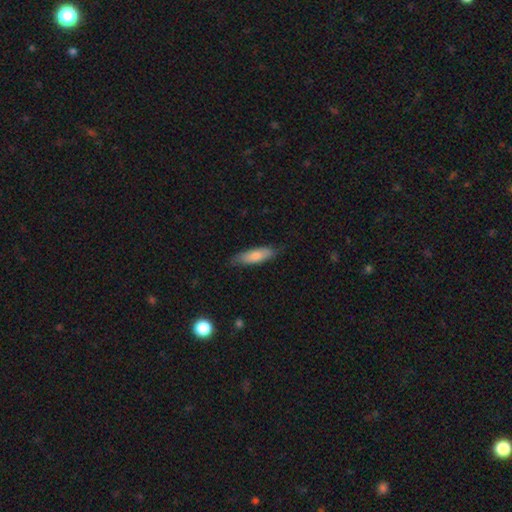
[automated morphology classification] Smooth or featured? Predicted: smooth (p=0.78). How rounded? Predicted: cigar-shaped (p=0.50). Merging? Predicted: none (p=0.77).